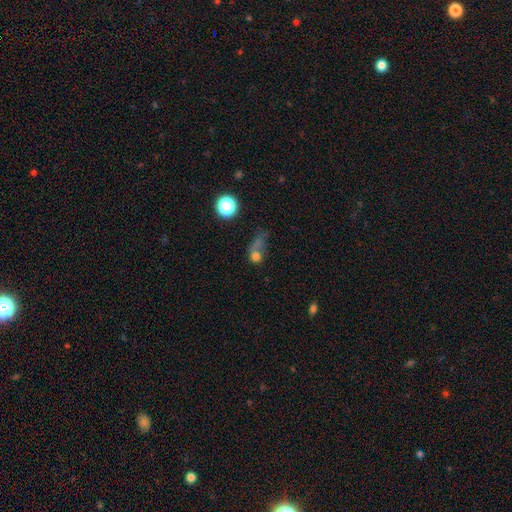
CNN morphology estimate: This is possibly a smooth galaxy (50%). How rounded: possibly round (60%). Merging: marginally none (35%).